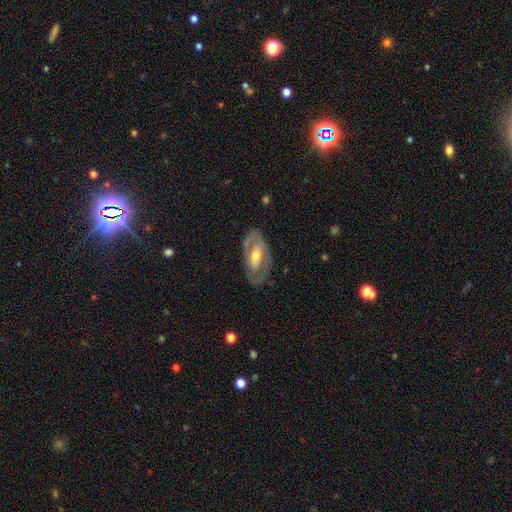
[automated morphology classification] Overall: featured or disk (67%; smooth 27%). Edge-on disk: no (90%). Bar: no (47%; weak 34%). Spiral arms: yes (51%; no 49%). Bulge size: moderate (61%; small 28%). Merging: none (74%).